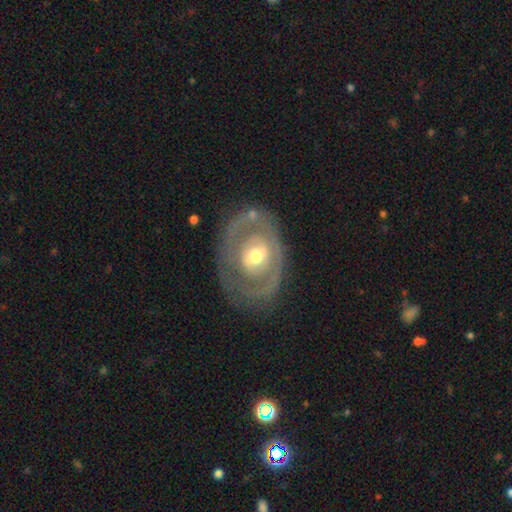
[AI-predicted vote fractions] smooth-or-featured: featured or disk: 70% | smooth: 25% | star or artifact: 5%
  disk-edge-on: no: 94% | yes: 6%
    bar: no: 60% | weak: 29% | strong: 11%
    has-spiral-arms: no: 63% | yes: 37%
    bulge-size: moderate: 66% | small: 19% | large: 12% | dominant: 1% | none: 1%
  merging: none: 69% | minor disturbance: 18% | major disturbance: 11% | merger: 2%